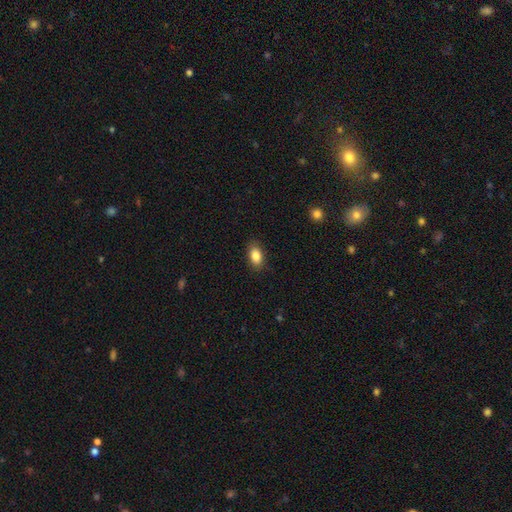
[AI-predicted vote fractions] This is clearly a smooth galaxy (86%). How rounded: clearly in between (90%). Merging: clearly none (86%).